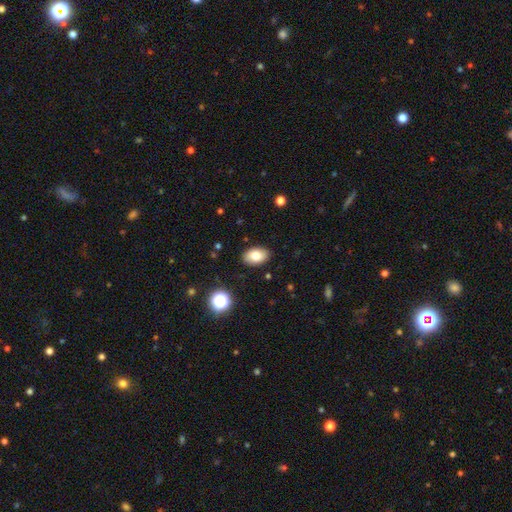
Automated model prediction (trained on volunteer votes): smooth 80%, featured or disk 11%, star or artifact 9%. Down the decision tree: how rounded — in between (89%); merging — none (88%).